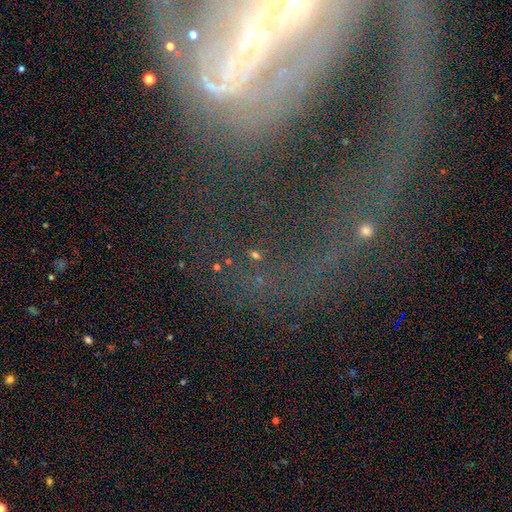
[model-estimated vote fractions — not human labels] A star or artifact, not a galaxy (72%).

Vote fractions:
- Smooth or featured? star or artifact: 72% / smooth: 17% / featured or disk: 10%